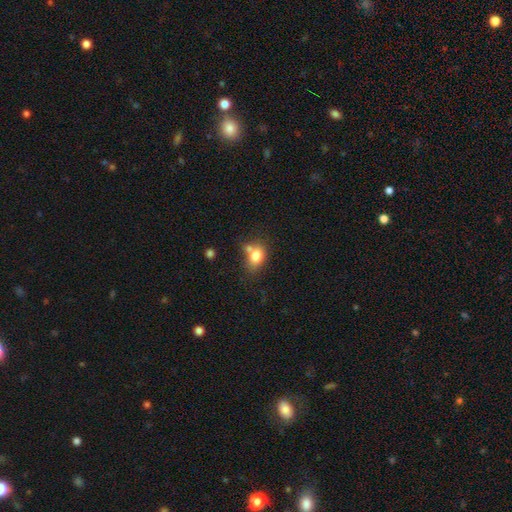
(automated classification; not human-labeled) Morphology: type=smooth (78%); roundness=in between (68%); merging=none (49%).